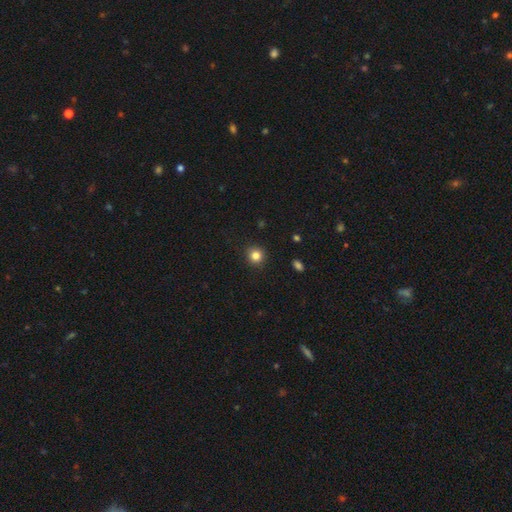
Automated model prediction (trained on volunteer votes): Smooth or featured?
  - smooth: 83% *
  - star or artifact: 12%
  - featured or disk: 5%
How rounded?
  - round: 92% *
  - in between: 7%
  - cigar-shaped: 1%
Merging?
  - none: 92% *
  - minor disturbance: 5%
  - major disturbance: 2%
  - merger: 1%